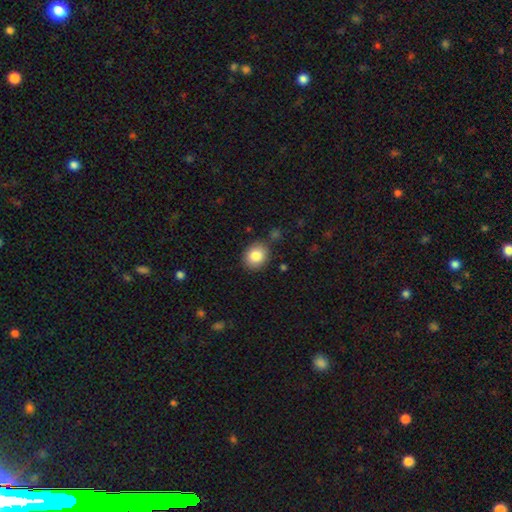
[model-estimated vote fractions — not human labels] Q: Smooth or featured?
A: smooth (84%); runner-up: star or artifact (9%)
Q: How rounded?
A: round (66%); runner-up: in between (33%)
Q: Merging?
A: none (83%); runner-up: minor disturbance (11%)